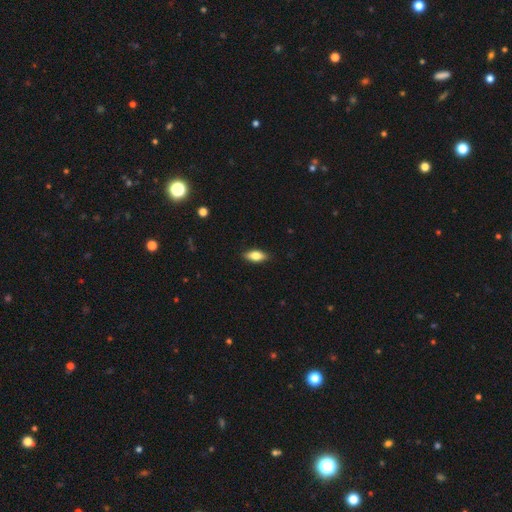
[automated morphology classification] A smooth galaxy with no disk features (73%) that is in between round and cigar-shaped (80%).

Vote fractions:
- Smooth or featured? smooth: 73% / featured or disk: 21% / star or artifact: 7%
- How rounded? in between: 80% / cigar-shaped: 17% / round: 3%
- Merging? none: 88% / minor disturbance: 9% / major disturbance: 2% / merger: 1%